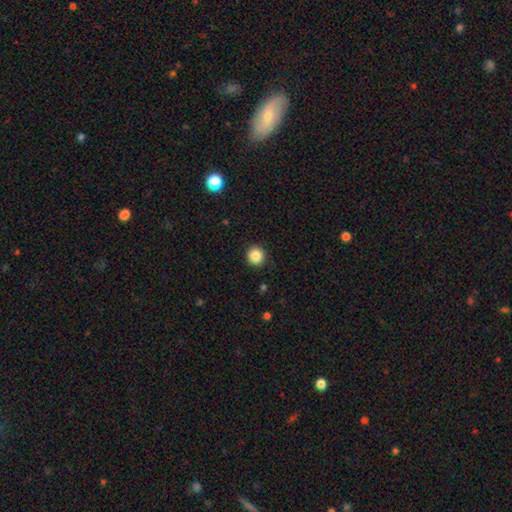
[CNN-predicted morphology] Overall: smooth (86%). How rounded: round (94%). Merging: none (93%).